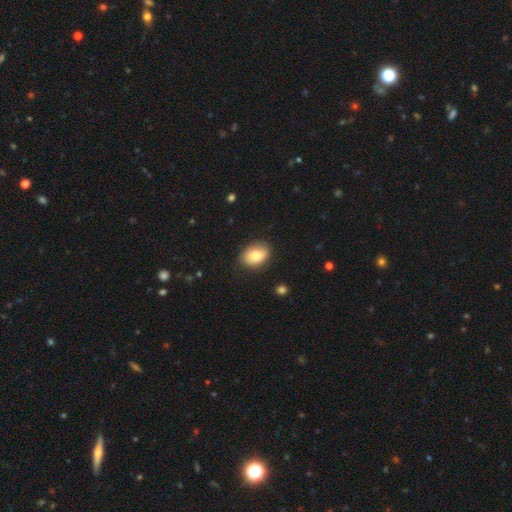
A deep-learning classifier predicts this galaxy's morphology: A smooth galaxy with no disk features (80%) that is in between round and cigar-shaped (75%).

Vote fractions:
- Smooth or featured? smooth: 80% / featured or disk: 12% / star or artifact: 7%
- How rounded? in between: 75% / round: 24% / cigar-shaped: 1%
- Merging? none: 82% / minor disturbance: 14% / major disturbance: 3% / merger: 1%